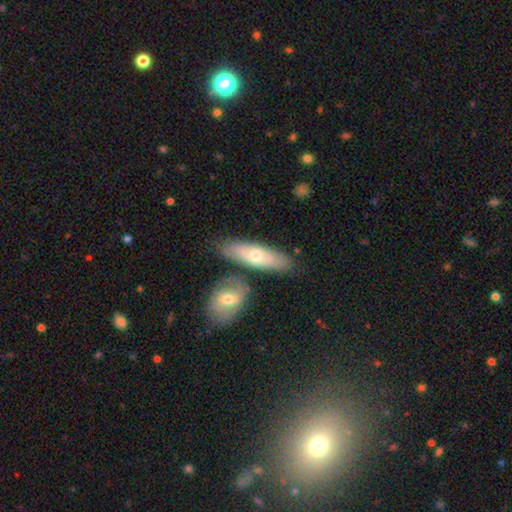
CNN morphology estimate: Q: Smooth or featured?
A: smooth (58%); runner-up: featured or disk (37%)
Q: How rounded?
A: in between (53%); runner-up: cigar-shaped (44%)
Q: Merging?
A: none (69%); runner-up: merger (16%)